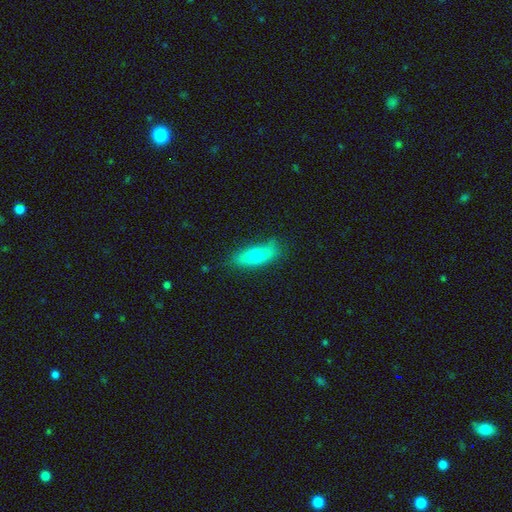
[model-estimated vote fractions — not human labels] The model was most divided on "how rounded": in between: 53%, cigar-shaped: 44%, round: 3%. More confident: merging — none (76%); smooth or featured — smooth (67%).